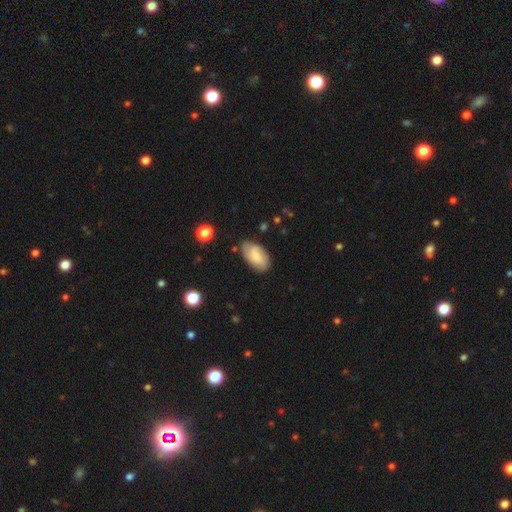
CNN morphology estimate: A smooth galaxy with no disk features (53%) that is in between round and cigar-shaped (93%).

Vote fractions:
- Smooth or featured? smooth: 53% / featured or disk: 40% / star or artifact: 7%
- How rounded? in between: 93% / round: 4% / cigar-shaped: 3%
- Merging? none: 73% / minor disturbance: 20% / major disturbance: 5% / merger: 2%